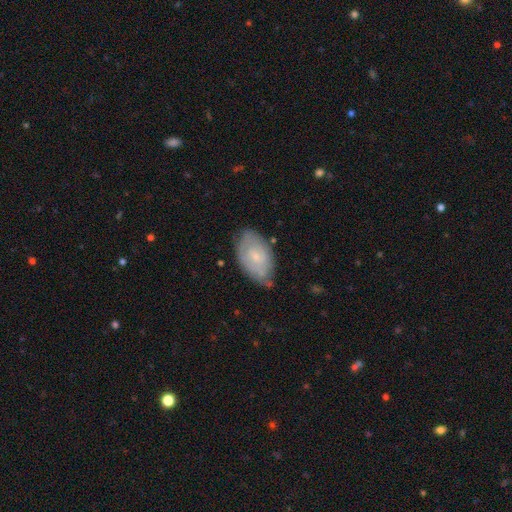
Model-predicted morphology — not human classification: A featured or disk galaxy (48%). Merging: none (62%).